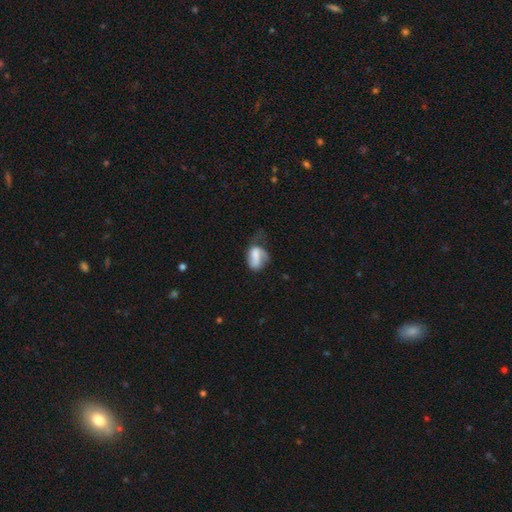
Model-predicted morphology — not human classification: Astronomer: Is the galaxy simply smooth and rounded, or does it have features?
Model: smooth — 61%.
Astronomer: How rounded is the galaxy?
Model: in between — 81%.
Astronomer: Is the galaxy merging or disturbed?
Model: major disturbance — 42% (runner-up: minor disturbance, 28%).